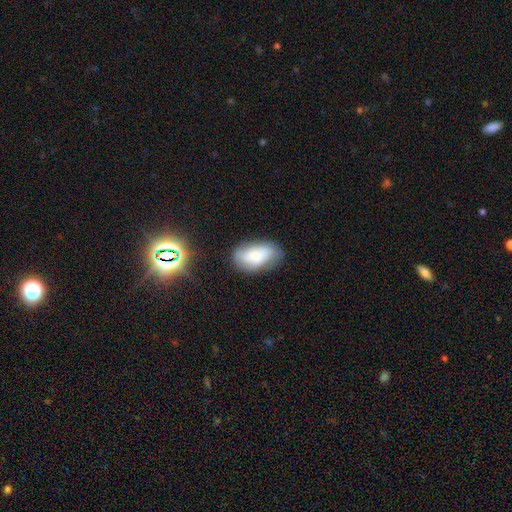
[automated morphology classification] Overall: smooth (69%). How rounded: in between (92%). Merging: none (64%; minor disturbance 25%).